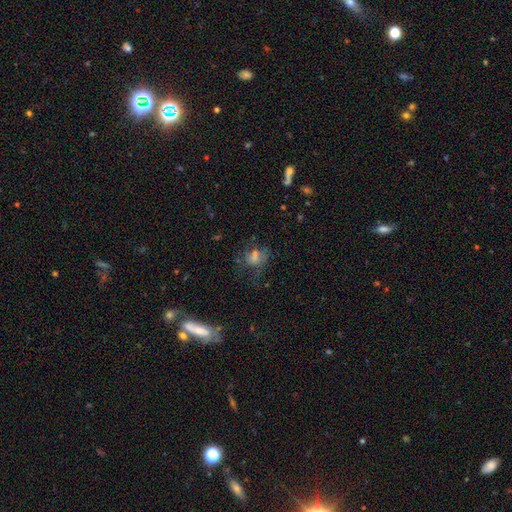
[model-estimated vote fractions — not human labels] Q: Smooth or featured?
A: smooth (44%); runner-up: featured or disk (37%)
Q: Merging?
A: none (44%); runner-up: major disturbance (30%)